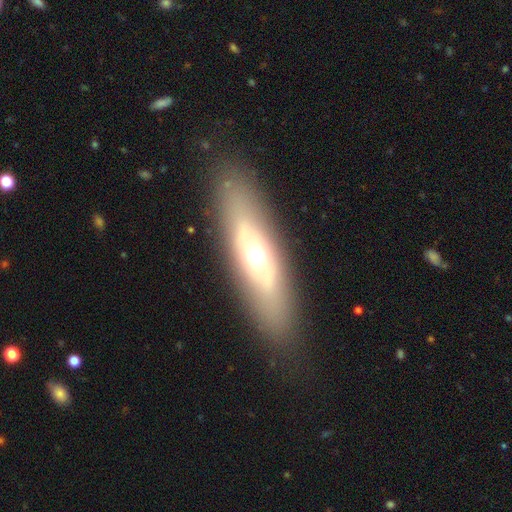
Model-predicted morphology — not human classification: Smooth or featured? featured or disk (51%)
Edge-on disk? no (52%)
Merging? none (85%)